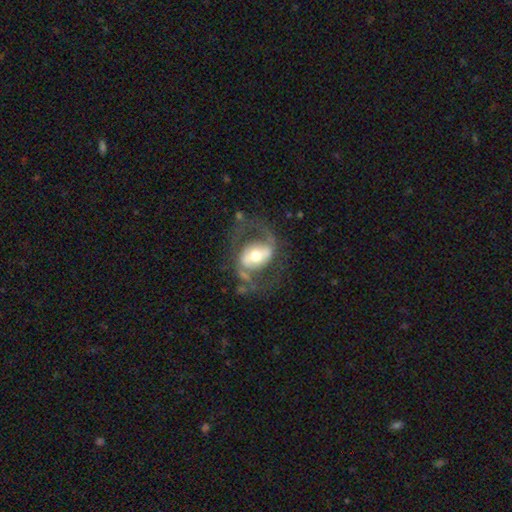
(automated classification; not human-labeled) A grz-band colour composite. It shows a featured or disk galaxy (73%) with a strong bar (39%), spiral arms (69%) and a moderate central bulge (66%). Merging: none (56%).